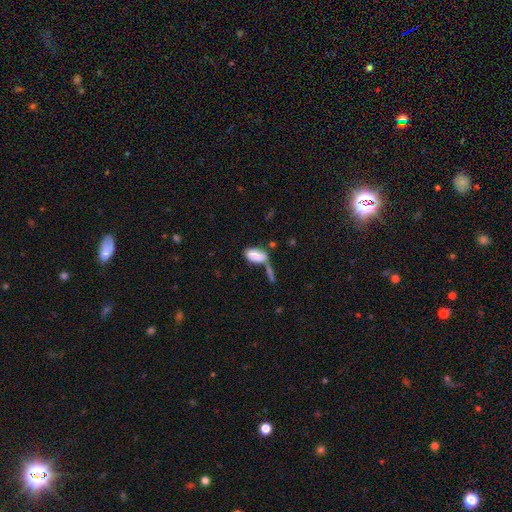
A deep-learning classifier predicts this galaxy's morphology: This appears to be a smooth galaxy with no disk features (85%) that is in between round and cigar-shaped (94%). Merging: none (39%).